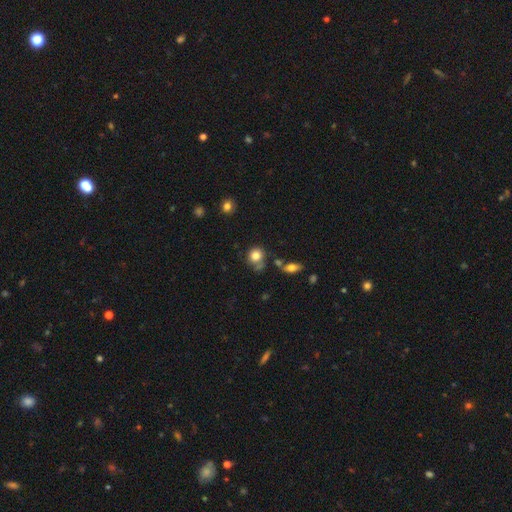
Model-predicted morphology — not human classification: A smooth galaxy with no disk features (81%) that is round (82%).

Vote fractions:
- Smooth or featured? smooth: 81% / star or artifact: 10% / featured or disk: 9%
- How rounded? round: 82% / in between: 17% / cigar-shaped: 1%
- Merging? none: 62% / minor disturbance: 18% / merger: 13% / major disturbance: 7%